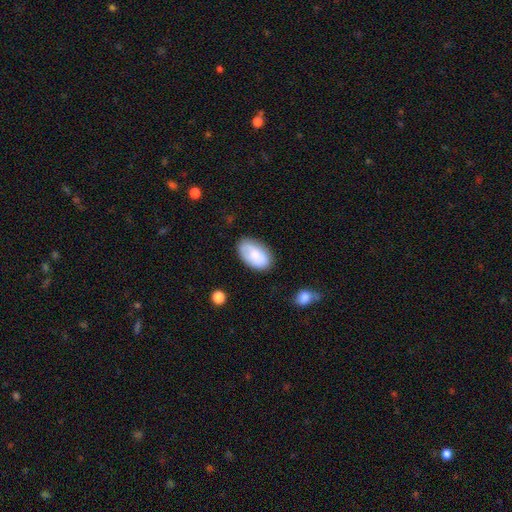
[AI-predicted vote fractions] Smooth or featured? Predicted: smooth (p=0.71). How rounded? Predicted: in between (p=0.94). Merging? Predicted: none (p=0.72).